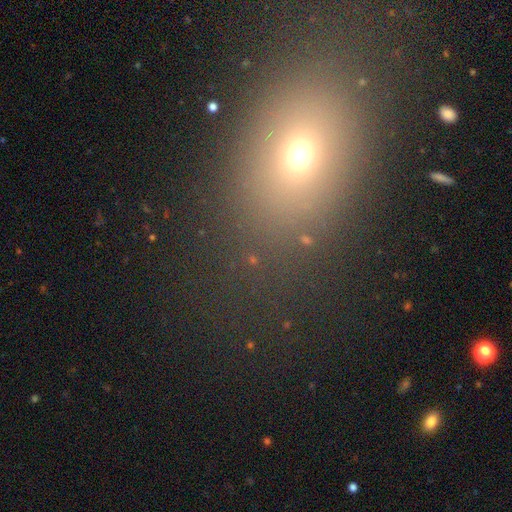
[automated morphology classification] This appears to be a smooth galaxy with no disk features (60%) that is in between round and cigar-shaped (57%). Merging: none (79%).